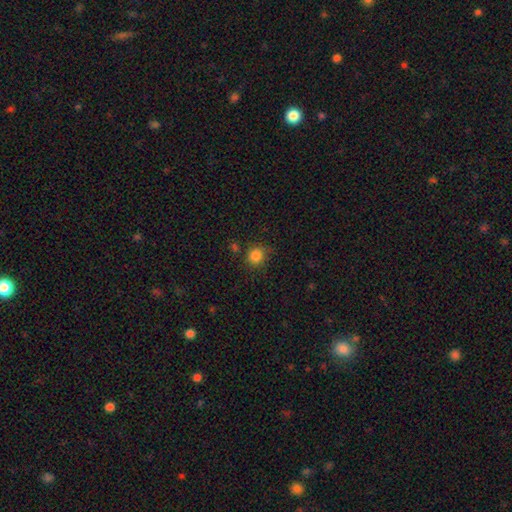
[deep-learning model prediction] Smooth or featured: smooth — 83% (star or artifact — 12%)
How rounded: round — 86% (in between — 13%)
Merging: none — 78% (minor disturbance — 14%)